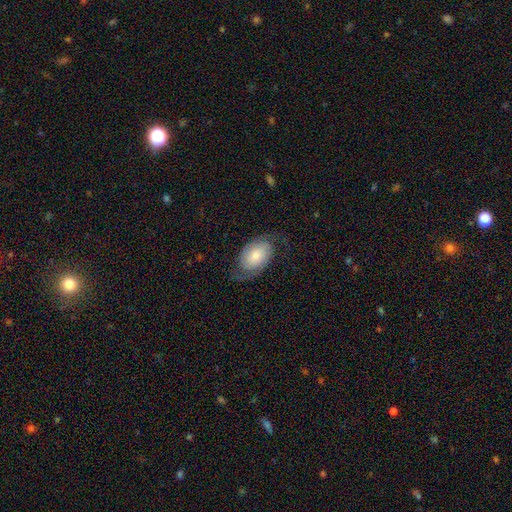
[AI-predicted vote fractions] Q: Smooth or featured?
A: featured or disk (62%); runner-up: smooth (31%)
Q: Edge-on disk?
A: no (96%); runner-up: yes (4%)
Q: Bar?
A: no (74%); runner-up: weak (21%)
Q: Spiral arms?
A: yes (91%); runner-up: no (9%)
Q: Spiral winding?
A: medium (39%); runner-up: tight (31%)
Q: Spiral arm count?
A: 2 (85%); runner-up: can't tell (7%)
Q: Bulge size?
A: moderate (36%); runner-up: small (34%)
Q: Merging?
A: none (67%); runner-up: minor disturbance (19%)